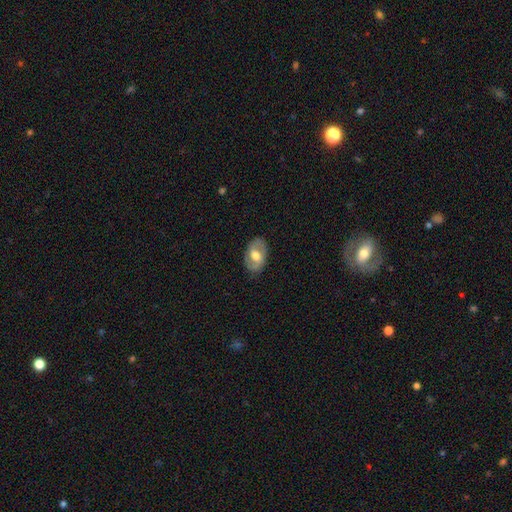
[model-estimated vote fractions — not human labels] Smooth or featured? featured or disk (56%)
Edge-on disk? no (93%)
Bar? no (46%)
Spiral arms? yes (56%)
Bulge size? moderate (59%)
Merging? none (80%)